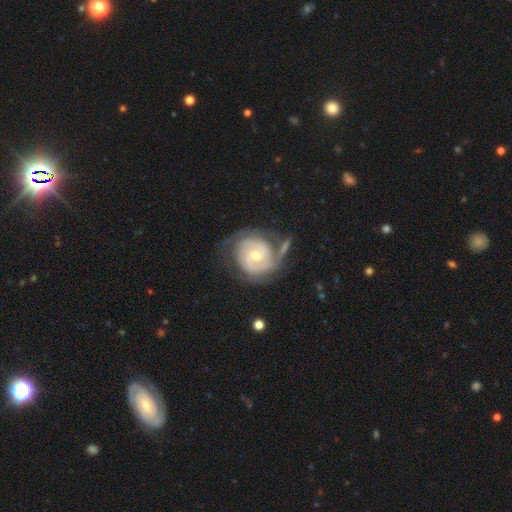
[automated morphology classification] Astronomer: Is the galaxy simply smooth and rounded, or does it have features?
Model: featured or disk — 88%.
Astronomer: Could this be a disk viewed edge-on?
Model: no — 98%.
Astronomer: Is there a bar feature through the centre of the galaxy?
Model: no — 56% (runner-up: weak, 36%).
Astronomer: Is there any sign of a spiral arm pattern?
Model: yes — 96%.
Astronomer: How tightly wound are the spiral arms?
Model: tight — 73%.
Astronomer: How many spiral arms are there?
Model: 2 — 55%.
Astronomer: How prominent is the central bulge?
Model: moderate — 51% (runner-up: small, 45%).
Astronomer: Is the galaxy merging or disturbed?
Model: none — 58%.